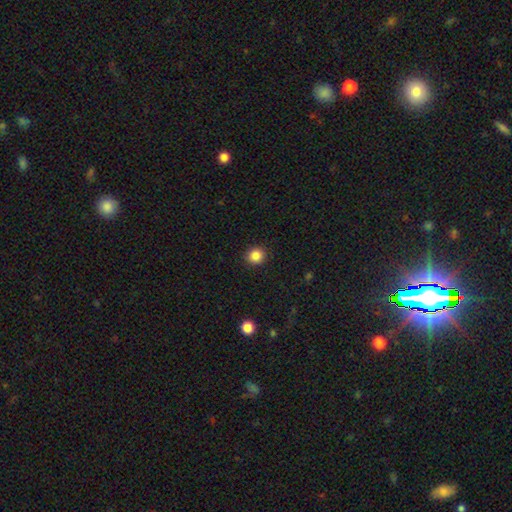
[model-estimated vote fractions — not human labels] The model was most divided on "smooth or featured": smooth: 85%, star or artifact: 11%, featured or disk: 4%. More confident: merging — none (92%); how rounded — round (90%).